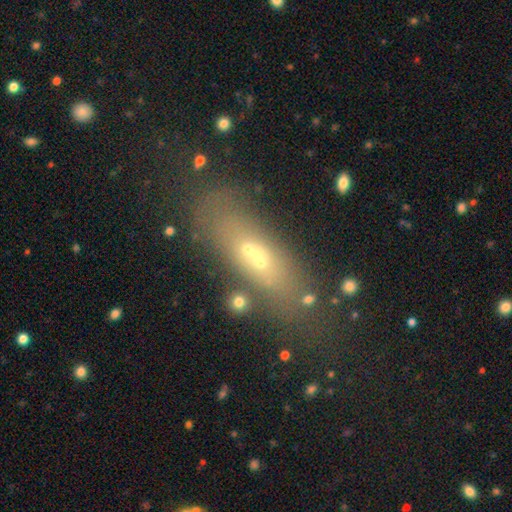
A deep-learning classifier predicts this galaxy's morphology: Smooth or featured? Predicted: smooth (p=0.47). Merging? Predicted: none (p=0.49).